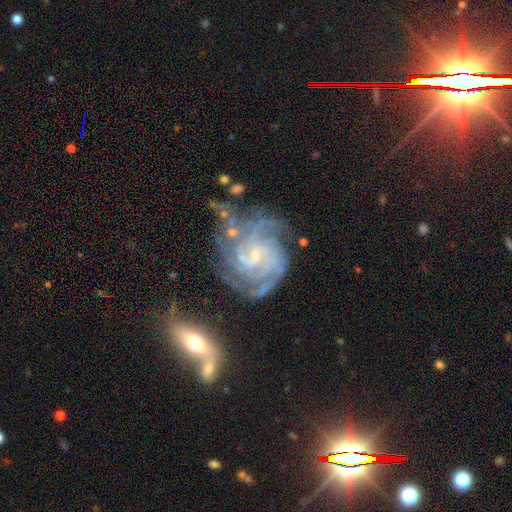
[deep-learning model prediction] Smooth or featured? Predicted: featured or disk (p=0.89). Edge-on disk? Predicted: no (p=0.98). Bar? Predicted: weak (p=0.47). Spiral arms? Predicted: yes (p=0.97). Spiral winding? Predicted: tight (p=0.63). Spiral arm count? Predicted: 4 (p=0.28). Bulge size? Predicted: small (p=0.70). Merging? Predicted: none (p=0.56).